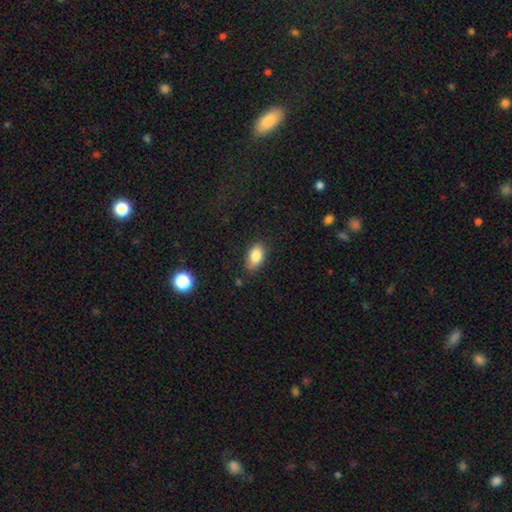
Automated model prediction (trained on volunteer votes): Smooth or featured?
  - smooth: 85% *
  - star or artifact: 8%
  - featured or disk: 7%
How rounded?
  - in between: 88% *
  - round: 9%
  - cigar-shaped: 2%
Merging?
  - none: 71% *
  - minor disturbance: 23%
  - major disturbance: 4%
  - merger: 2%